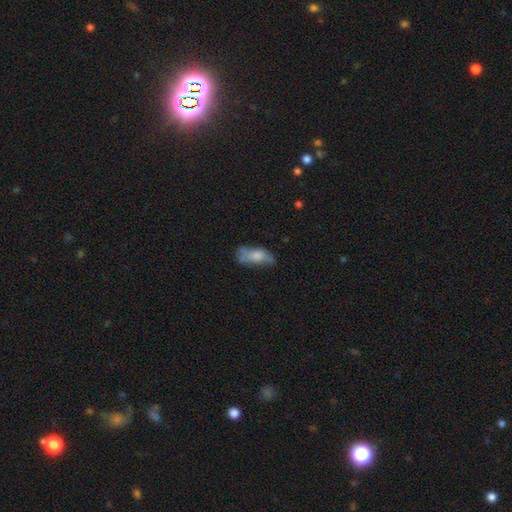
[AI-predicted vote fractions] Smooth or featured? Predicted: smooth (p=0.59). How rounded? Predicted: in between (p=0.78). Merging? Predicted: none (p=0.45).